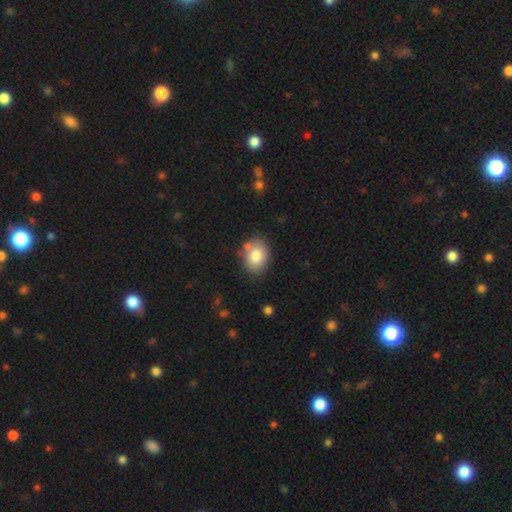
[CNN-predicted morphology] This appears to be a smooth galaxy with no disk features (81%) that is in between round and cigar-shaped (66%). Merging: none (72%).